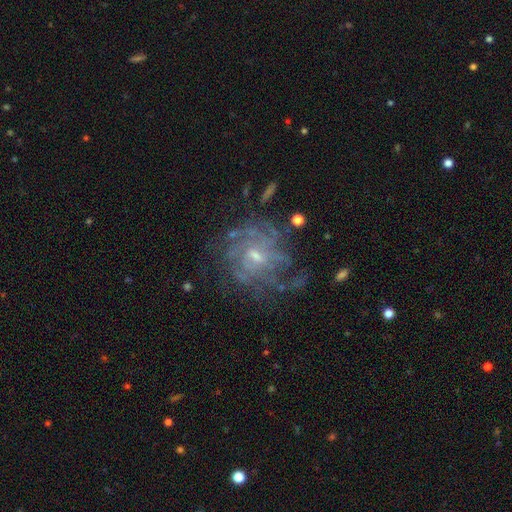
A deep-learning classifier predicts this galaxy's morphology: Smooth or featured: featured or disk — 81% (star or artifact — 11%)
Edge-on disk: no — 97% (yes — 3%)
Bar: no — 49% (weak — 43%)
Spiral arms: yes — 87% (no — 13%)
Spiral winding: tight — 55% (medium — 33%)
Spiral arm count: can't tell — 48% (4 — 17%)
Bulge size: small — 54% (moderate — 39%)
Merging: none — 64% (minor disturbance — 18%)